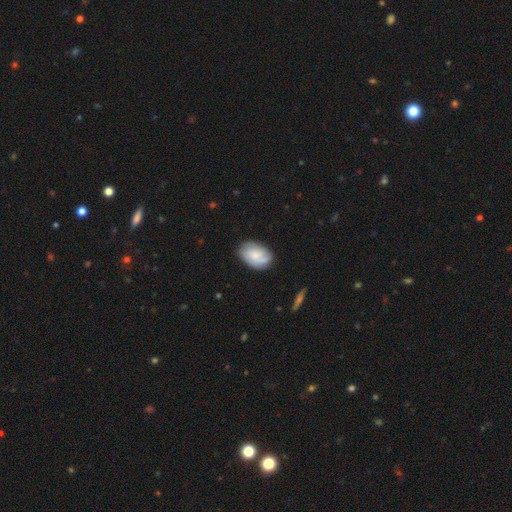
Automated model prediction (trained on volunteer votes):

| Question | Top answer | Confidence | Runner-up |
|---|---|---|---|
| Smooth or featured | smooth | 61% | featured or disk (32%) |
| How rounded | in between | 84% | round (14%) |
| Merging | none | 73% | minor disturbance (20%) |